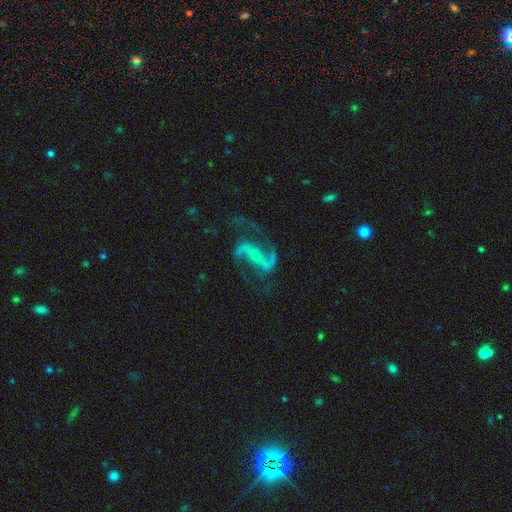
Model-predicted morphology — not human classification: type=featured or disk (92%); edge-on=no (97%); bar=strong (43%); spiral arms=yes (98%); winding=medium (48%); arm count=2 (92%); bulge=small (74%); merging=none (69%).